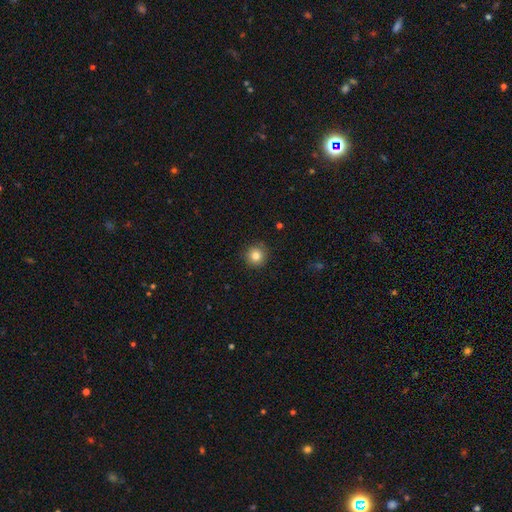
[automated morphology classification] Smooth or featured? smooth (84%)
How rounded? round (95%)
Merging? none (91%)